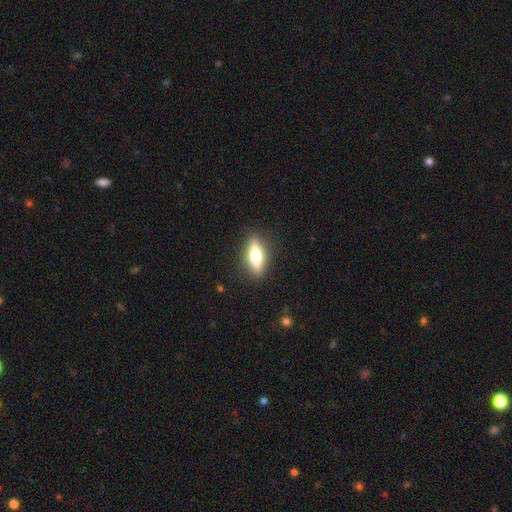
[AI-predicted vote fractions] This appears to be a smooth galaxy with no disk features (47%). Merging: none (88%).